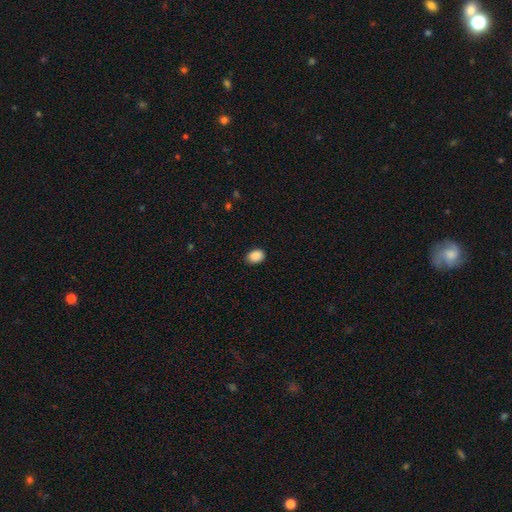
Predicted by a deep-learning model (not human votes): This is clearly a smooth galaxy (90%). How rounded: likely in between (73%). Merging: clearly none (88%).